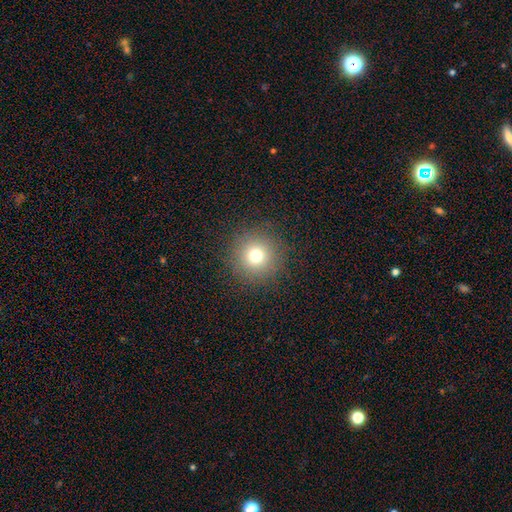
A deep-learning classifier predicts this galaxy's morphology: Smooth or featured? smooth (73%)
How rounded? round (96%)
Merging? none (90%)